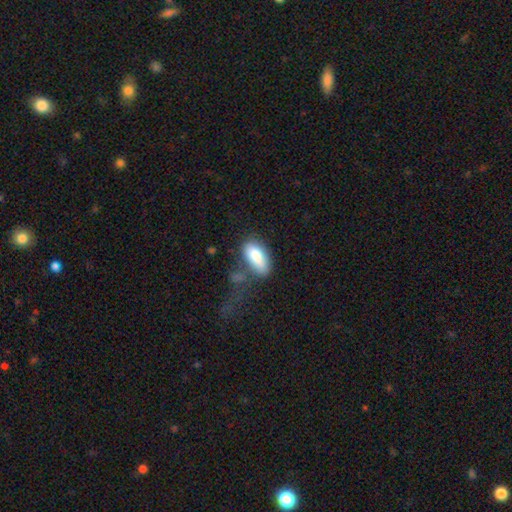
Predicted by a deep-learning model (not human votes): Smooth or featured: smooth — 80% (featured or disk — 14%)
How rounded: in between — 89% (cigar-shaped — 8%)
Merging: none — 46% (minor disturbance — 24%)